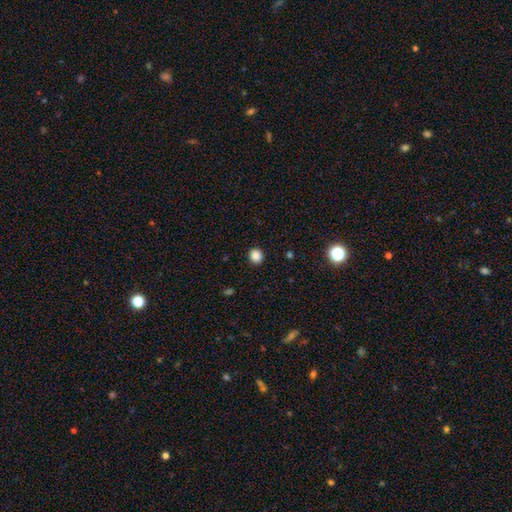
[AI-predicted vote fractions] smooth_or_featured: smooth (p=0.86) [alt: star or artifact p=0.11]
how_rounded: round (p=0.84) [alt: in between p=0.15]
merging: none (p=0.92) [alt: minor disturbance p=0.05]